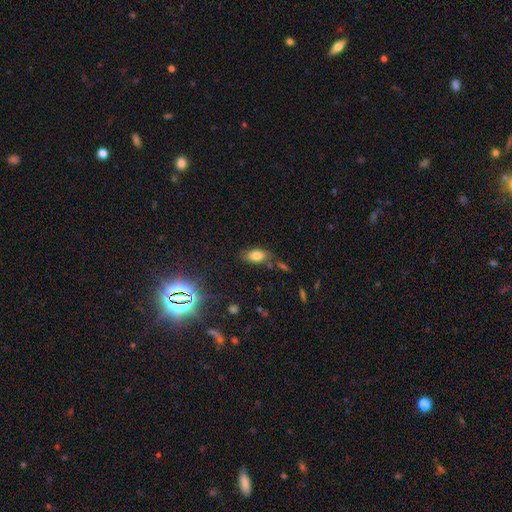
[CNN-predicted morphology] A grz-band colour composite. It shows a smooth galaxy with no disk features (77%) that is in between round and cigar-shaped (89%). Merging: none (73%).